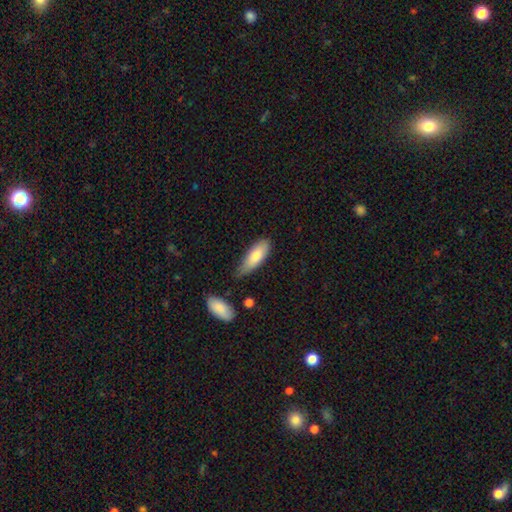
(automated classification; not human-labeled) Overall: smooth (76%). How rounded: in between (65%; cigar-shaped 33%). Merging: none (57%; minor disturbance 32%).